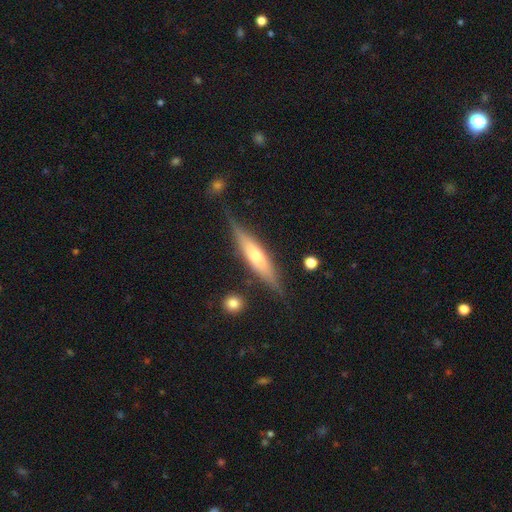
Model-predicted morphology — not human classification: The model was most divided on "smooth or featured": featured or disk: 56%, smooth: 38%, star or artifact: 6%. More confident: edge-on disk — yes (93%); merging — none (79%); edge-on bulge — rounded (60%).